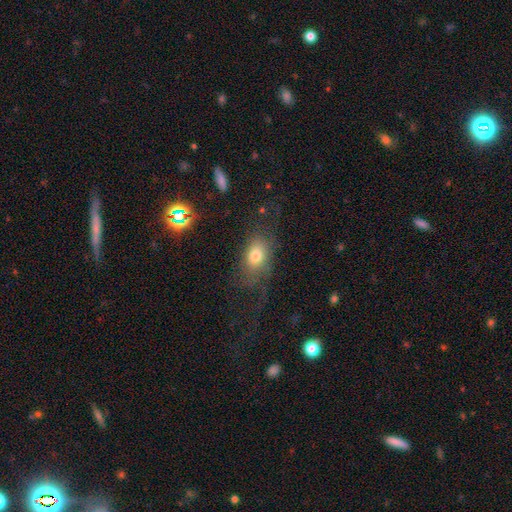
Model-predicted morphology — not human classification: Q: Smooth or featured?
A: smooth (69%); runner-up: featured or disk (19%)
Q: How rounded?
A: in between (81%); runner-up: round (16%)
Q: Merging?
A: none (54%); runner-up: major disturbance (26%)